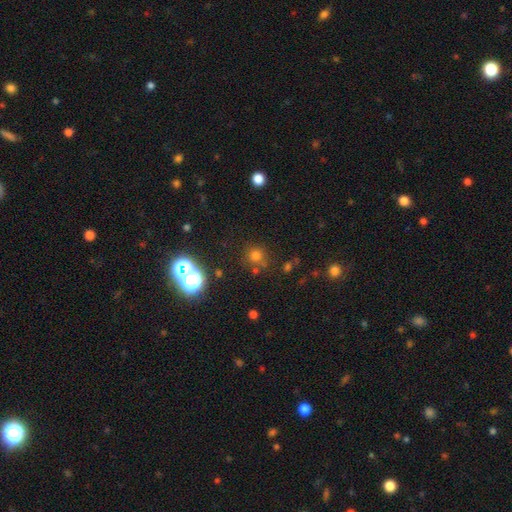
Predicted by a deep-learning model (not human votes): Morphology: type=smooth (66%); roundness=round (90%); merging=none (74%).